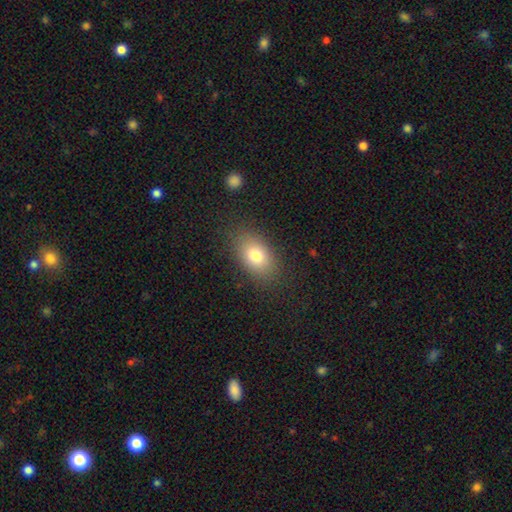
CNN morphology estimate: Smooth or featured?
  - smooth: 78% *
  - featured or disk: 13%
  - star or artifact: 10%
How rounded?
  - in between: 86% *
  - round: 12%
  - cigar-shaped: 2%
Merging?
  - none: 84% *
  - minor disturbance: 11%
  - major disturbance: 4%
  - merger: 1%